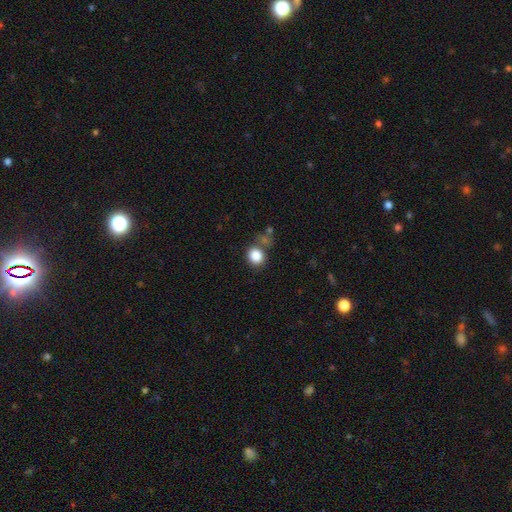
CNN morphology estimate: smooth-or-featured: smooth: 85% | star or artifact: 10% | featured or disk: 5%
  how-rounded: round: 73% | in between: 26% | cigar-shaped: 1%
  merging: none: 66% | minor disturbance: 15% | merger: 12% | major disturbance: 6%